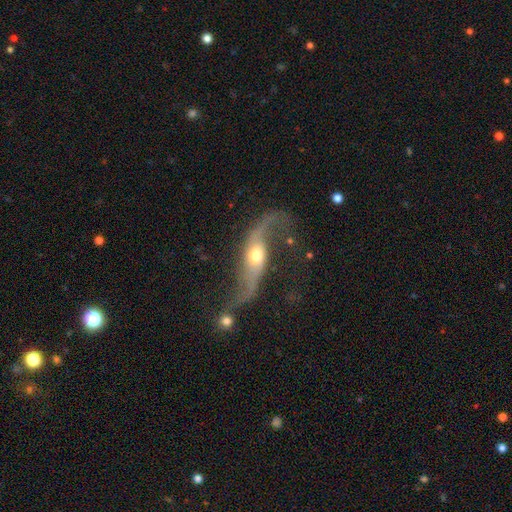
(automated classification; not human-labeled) Smooth or featured?
  - featured or disk: 82% *
  - smooth: 12%
  - star or artifact: 6%
Edge-on disk?
  - no: 84% *
  - yes: 16%
Bar?
  - no: 60% *
  - weak: 27%
  - strong: 13%
Spiral arms?
  - yes: 90% *
  - no: 10%
Spiral winding?
  - loose: 92% *
  - medium: 6%
  - tight: 2%
Spiral arm count?
  - 2: 90% *
  - 1: 5%
  - can't tell: 2%
  - 3: 1%
  - 4: 1%
  - more than 4: 1%
Bulge size?
  - moderate: 64% *
  - small: 22%
  - large: 10%
  - dominant: 2%
  - none: 2%
Merging?
  - none: 44% *
  - major disturbance: 27%
  - minor disturbance: 16%
  - merger: 13%